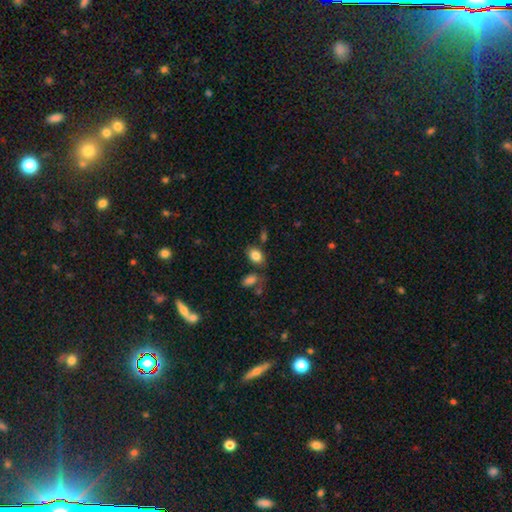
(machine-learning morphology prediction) Overall: smooth (83%). How rounded: in between (84%). Merging: none (71%).